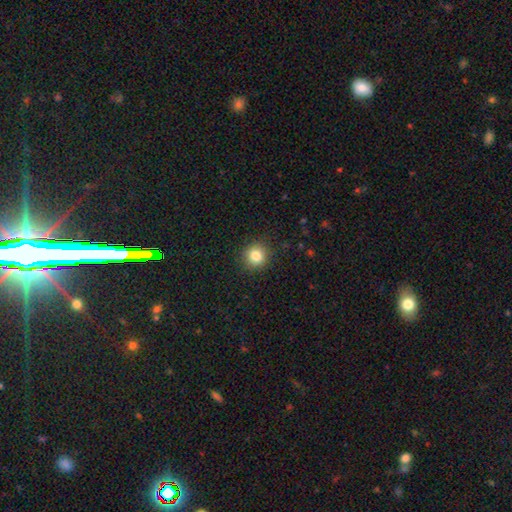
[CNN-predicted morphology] Smooth or featured: smooth — 83% (star or artifact — 11%)
How rounded: round — 89% (in between — 10%)
Merging: none — 90% (minor disturbance — 7%)